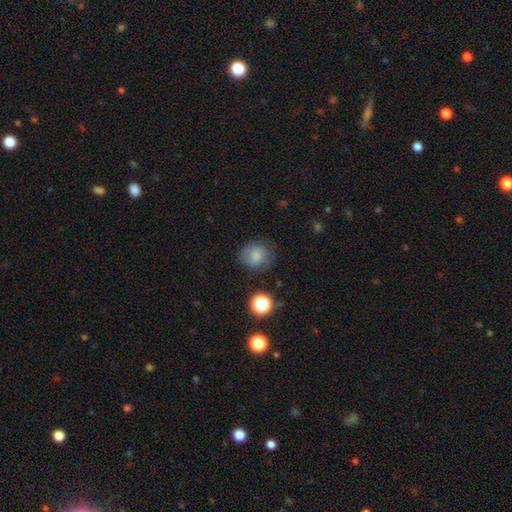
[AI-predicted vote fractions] Overall: smooth (76%). How rounded: round (82%). Merging: none (73%).